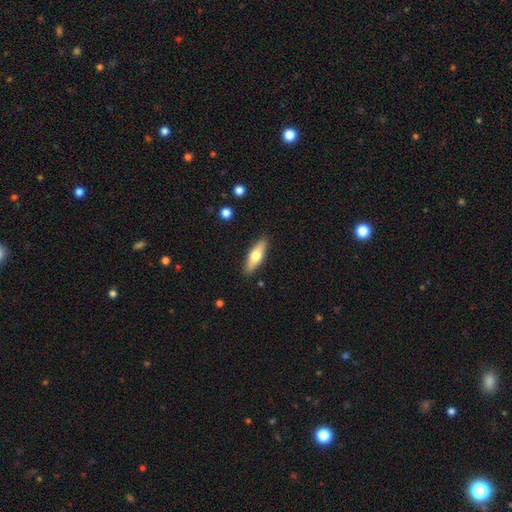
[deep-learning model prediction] smooth-or-featured: smooth: 60% | featured or disk: 34% | star or artifact: 5%
  how-rounded: cigar-shaped: 49% | in between: 48% | round: 2%
  merging: none: 89% | minor disturbance: 8% | major disturbance: 2% | merger: 1%